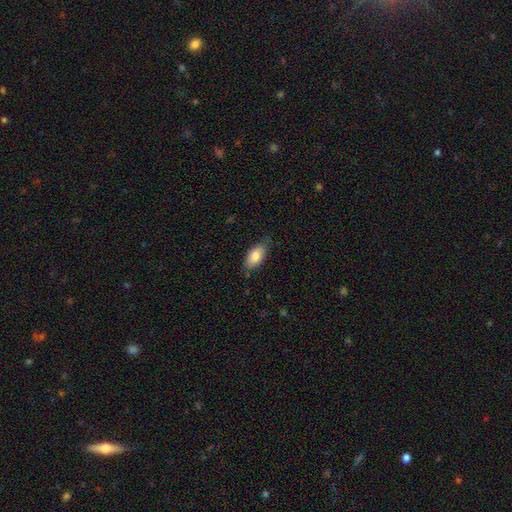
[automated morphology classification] This is clearly a smooth galaxy (82%). How rounded: clearly in between (90%). Merging: likely none (71%).